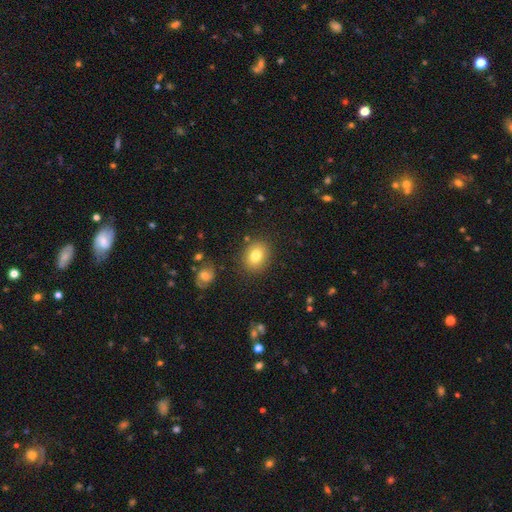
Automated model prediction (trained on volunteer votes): This appears to be a smooth galaxy with no disk features (79%) that is round (53%). Merging: none (85%).